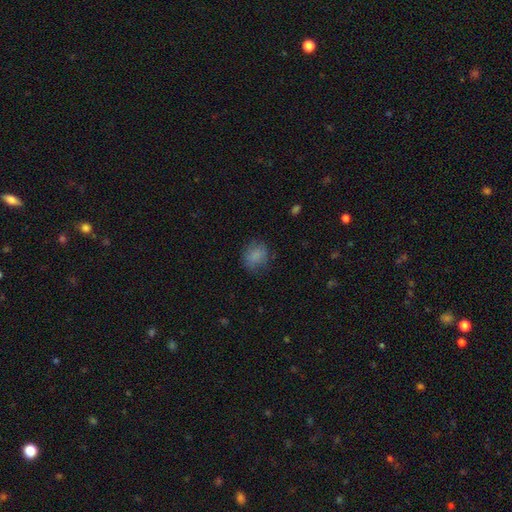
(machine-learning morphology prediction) This appears to be a smooth galaxy with no disk features (82%) that is round (65%). Merging: none (73%).